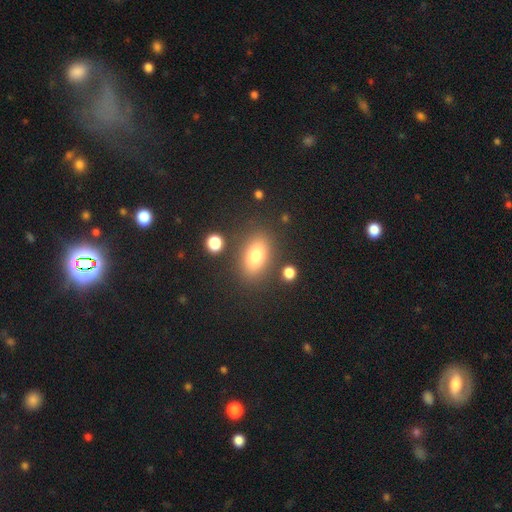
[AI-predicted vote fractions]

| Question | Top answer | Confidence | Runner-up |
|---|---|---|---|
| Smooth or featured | smooth | 77% | featured or disk (13%) |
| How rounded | in between | 82% | round (13%) |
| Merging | none | 81% | minor disturbance (10%) |